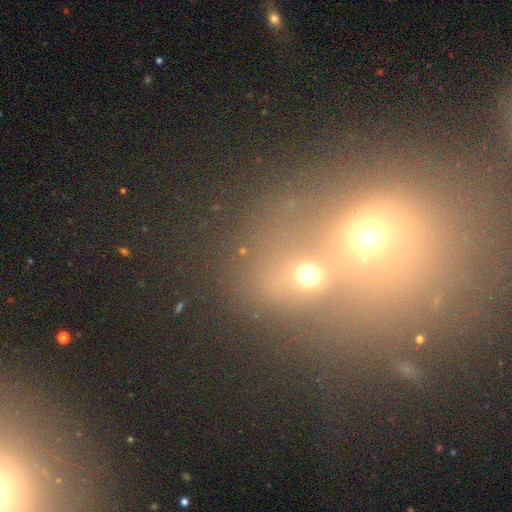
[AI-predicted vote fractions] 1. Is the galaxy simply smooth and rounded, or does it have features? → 49% smooth, 36% star or artifact, 15% featured or disk.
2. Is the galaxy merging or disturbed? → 56% merger, 32% none, 7% minor disturbance, 6% major disturbance.